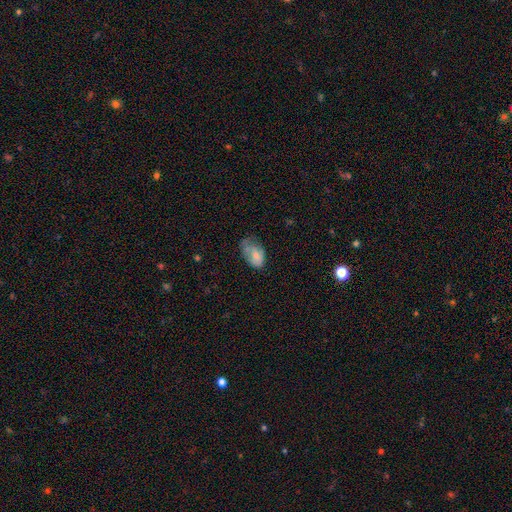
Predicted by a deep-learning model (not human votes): This is likely a smooth galaxy (68%). How rounded: clearly in between (91%). Merging: marginally minor disturbance (39%).